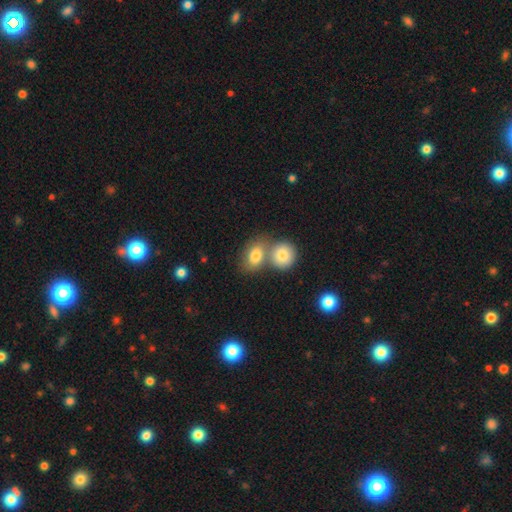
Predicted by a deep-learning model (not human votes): A smooth galaxy with no disk features (80%) that is in between round and cigar-shaped (66%). Merging: merger (51%).